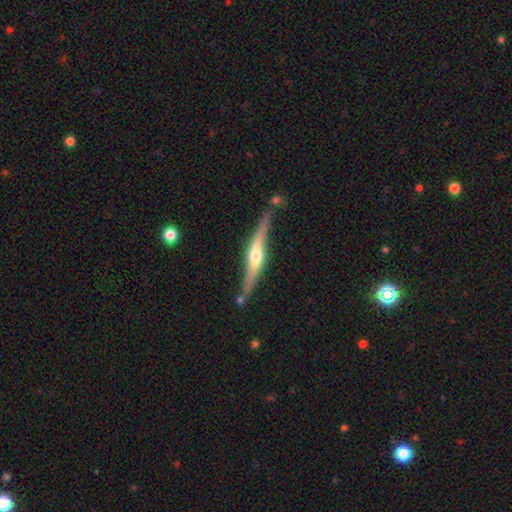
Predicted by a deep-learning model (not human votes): featured or disk 70%, smooth 24%, star or artifact 5%. Down the decision tree: edge-on disk — yes (95%); edge-on bulge — rounded (84%); merging — none (74%).